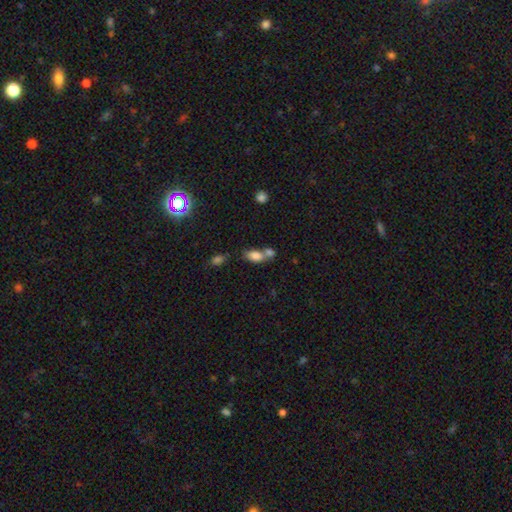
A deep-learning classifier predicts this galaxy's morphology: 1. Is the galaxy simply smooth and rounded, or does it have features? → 79% smooth, 10% star or artifact, 10% featured or disk.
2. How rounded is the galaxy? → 86% in between, 10% round, 5% cigar-shaped.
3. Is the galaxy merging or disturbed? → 56% merger, 30% none, 10% minor disturbance, 5% major disturbance.